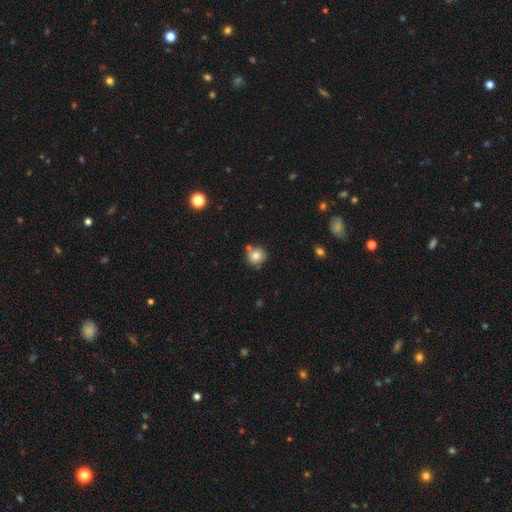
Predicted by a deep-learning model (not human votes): A smooth galaxy with no disk features (79%) that is round (89%).

Vote fractions:
- Smooth or featured? smooth: 79% / star or artifact: 11% / featured or disk: 10%
- How rounded? round: 89% / in between: 10% / cigar-shaped: 1%
- Merging? none: 72% / minor disturbance: 13% / merger: 12% / major disturbance: 3%